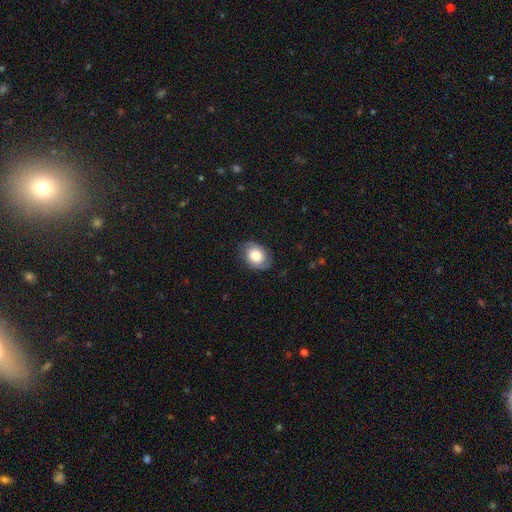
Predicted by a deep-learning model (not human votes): smooth_or_featured: smooth (p=0.60) [alt: featured or disk p=0.32]
how_rounded: in between (p=0.70) [alt: round p=0.29]
merging: none (p=0.79) [alt: minor disturbance p=0.16]